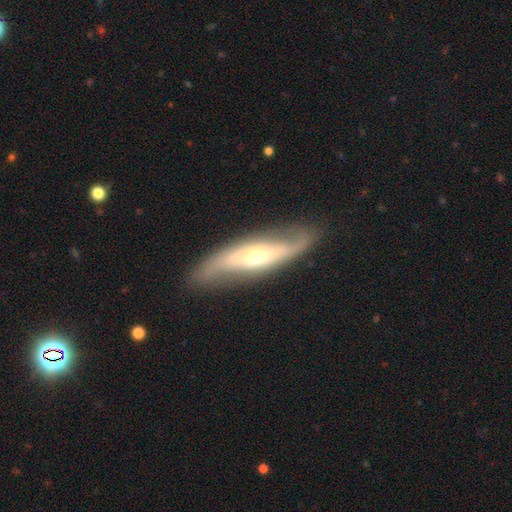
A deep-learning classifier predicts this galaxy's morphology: This appears to be a featured or disk galaxy (76%) with no bar (56%), spiral arms (86%) and a small central bulge (47%). Merging: none (80%).